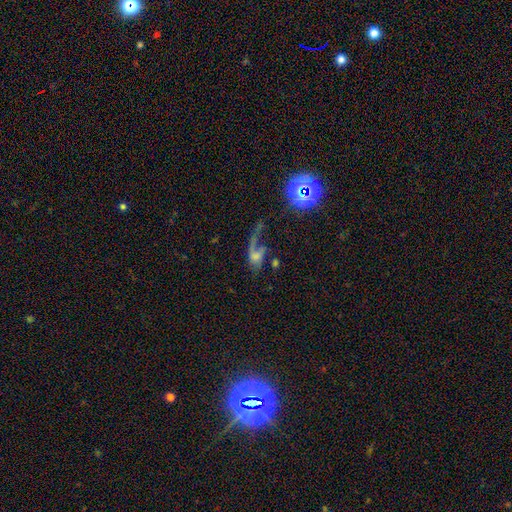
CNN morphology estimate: A featured or disk galaxy (58%) with no bar (68%), spiral arms (70%) and a small central bulge (33%). Merging: major disturbance (49%).